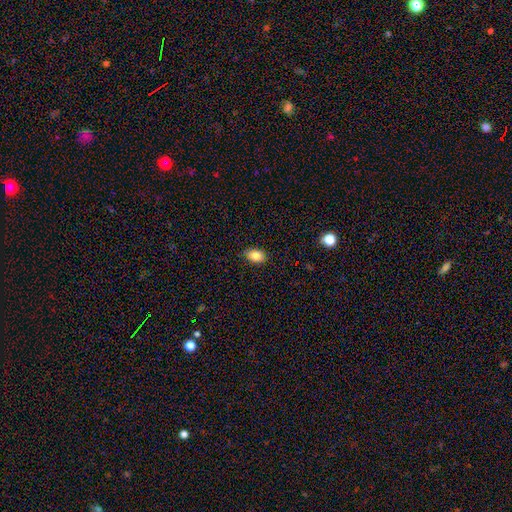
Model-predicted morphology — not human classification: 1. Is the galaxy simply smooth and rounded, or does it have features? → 84% smooth, 9% star or artifact, 7% featured or disk.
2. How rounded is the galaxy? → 85% in between, 13% round, 2% cigar-shaped.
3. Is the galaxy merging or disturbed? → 84% none, 13% minor disturbance, 2% major disturbance, 1% merger.